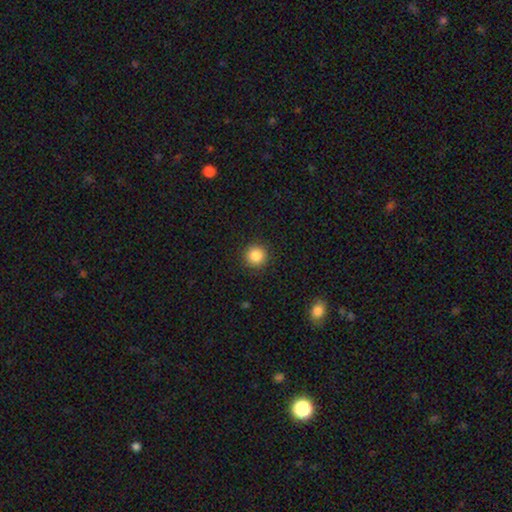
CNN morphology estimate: This appears to be a smooth galaxy with no disk features (86%) that is round (95%). Merging: none (92%).